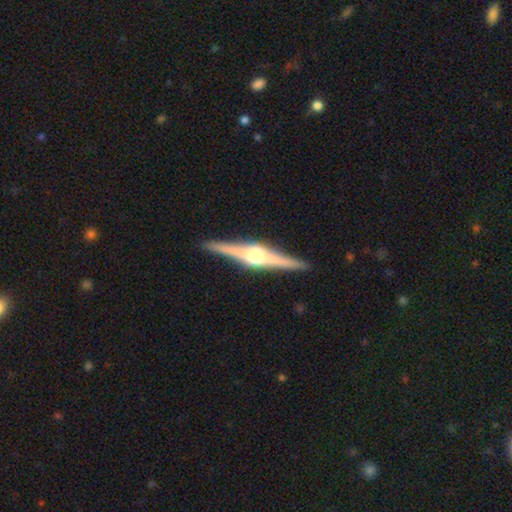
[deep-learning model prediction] Morphology: type=featured or disk (87%); edge-on=yes (98%); edge-on bulge=rounded (91%); merging=none (92%).